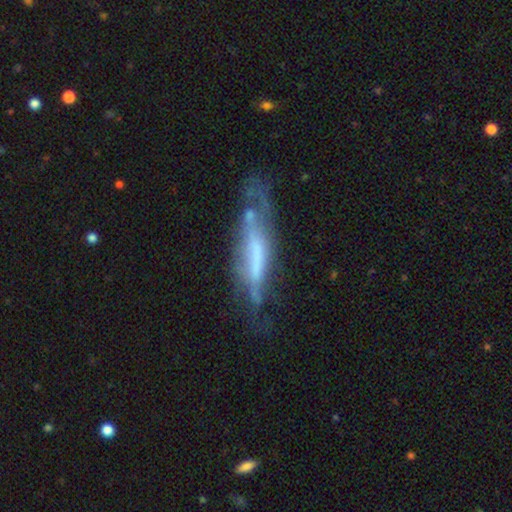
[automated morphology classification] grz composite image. It shows a featured or disk galaxy (60%) viewed edge-on (53%). Merging: none (39%).